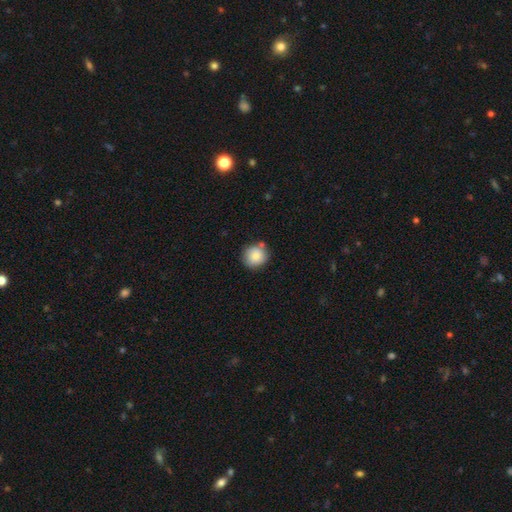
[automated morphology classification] A smooth galaxy with no disk features (85%) that is round (90%). Merging: none (77%).